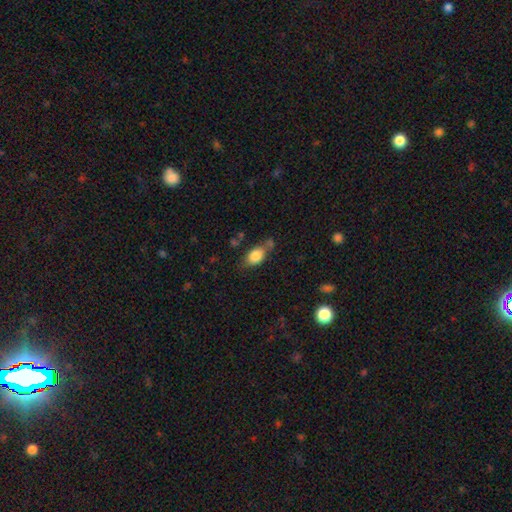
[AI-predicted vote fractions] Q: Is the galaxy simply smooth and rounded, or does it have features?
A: smooth — 82%.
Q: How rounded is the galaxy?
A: in between — 81%.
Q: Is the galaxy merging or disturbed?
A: none — 55%.